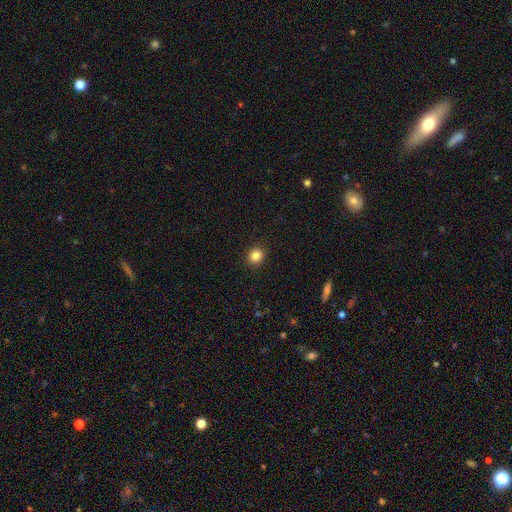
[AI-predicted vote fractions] Smooth or featured? Predicted: smooth (p=0.84). How rounded? Predicted: round (p=0.85). Merging? Predicted: none (p=0.92).